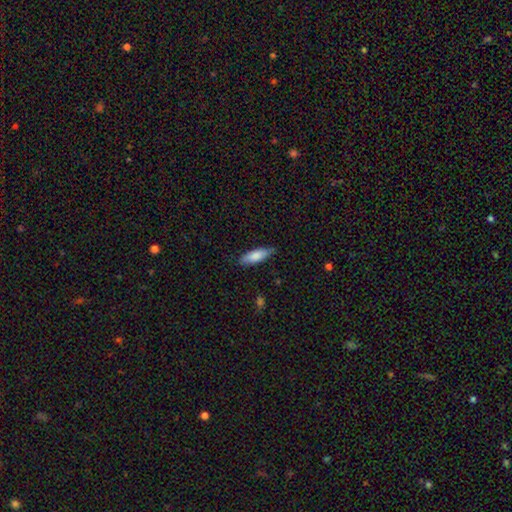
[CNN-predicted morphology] smooth 83%, featured or disk 12%, star or artifact 6%. Down the decision tree: how rounded — cigar-shaped (49%, tied with in between); merging — none (79%).